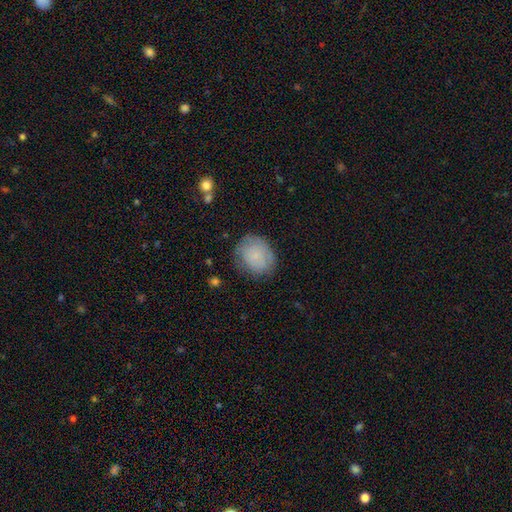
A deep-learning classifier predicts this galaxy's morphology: Smooth or featured?
  - smooth: 69% *
  - featured or disk: 22%
  - star or artifact: 8%
How rounded?
  - round: 62% *
  - in between: 37%
  - cigar-shaped: 1%
Merging?
  - none: 72% *
  - minor disturbance: 20%
  - major disturbance: 7%
  - merger: 2%